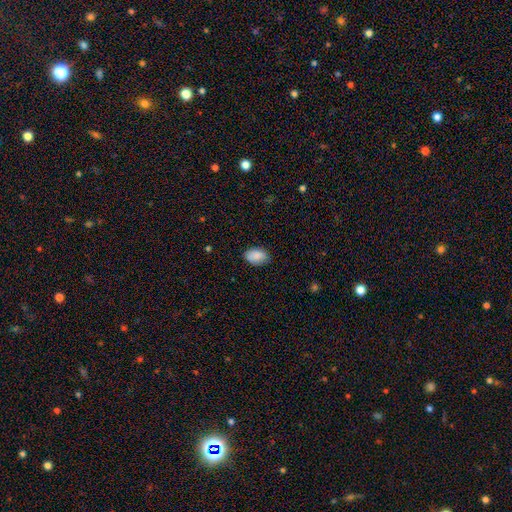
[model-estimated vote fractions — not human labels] This appears to be a smooth galaxy with no disk features (87%) that is in between round and cigar-shaped (89%). Merging: none (81%).